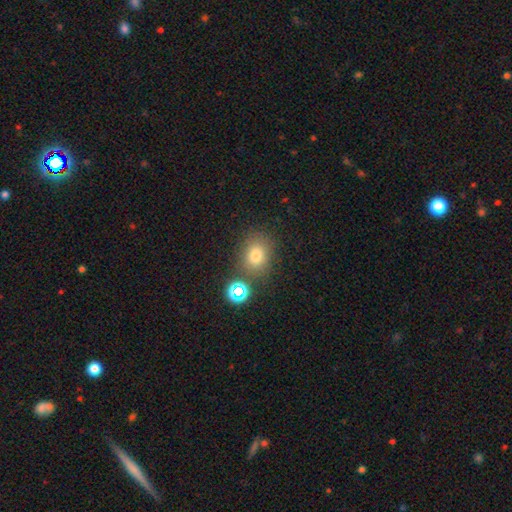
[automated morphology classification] Smooth or featured? Predicted: smooth (p=0.75). How rounded? Predicted: round (p=0.54). Merging? Predicted: none (p=0.74).